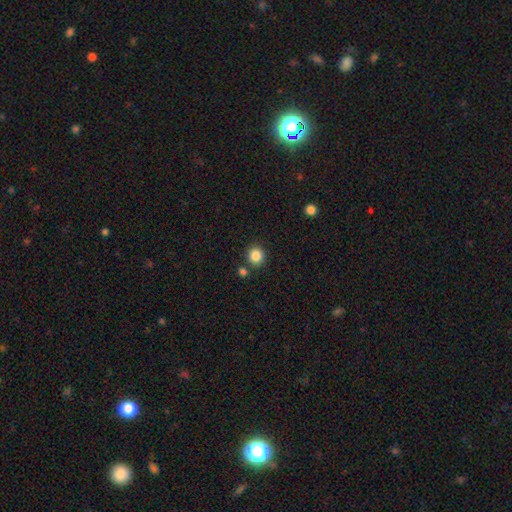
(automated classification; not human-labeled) A smooth galaxy with no disk features (86%) that is round (89%).

Vote fractions:
- Smooth or featured? smooth: 86% / star or artifact: 10% / featured or disk: 4%
- How rounded? round: 89% / in between: 10% / cigar-shaped: 1%
- Merging? none: 81% / merger: 9% / minor disturbance: 8% / major disturbance: 3%